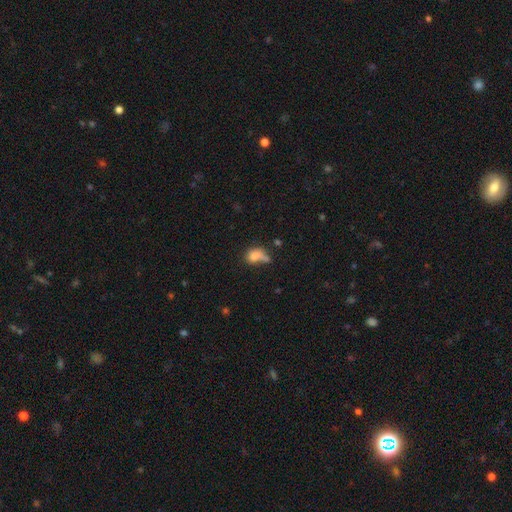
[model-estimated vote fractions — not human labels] This appears to be a smooth galaxy with no disk features (73%) that is in between round and cigar-shaped (60%). Merging: none (30%).